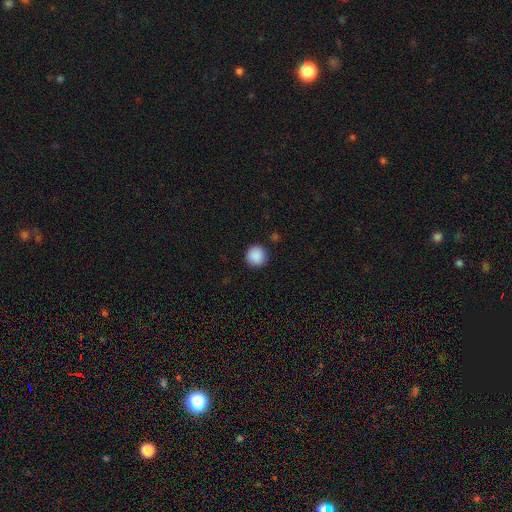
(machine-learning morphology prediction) A smooth galaxy with no disk features (89%) that is round (95%).

Vote fractions:
- Smooth or featured? smooth: 89% / star or artifact: 8% / featured or disk: 3%
- How rounded? round: 95% / in between: 4% / cigar-shaped: 1%
- Merging? none: 91% / minor disturbance: 6% / major disturbance: 2% / merger: 1%